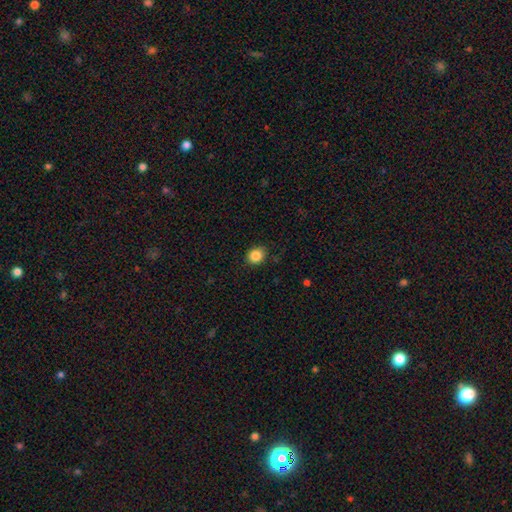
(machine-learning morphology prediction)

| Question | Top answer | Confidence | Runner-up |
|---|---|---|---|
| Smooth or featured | smooth | 86% | star or artifact (10%) |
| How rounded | round | 63% | in between (36%) |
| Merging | none | 86% | minor disturbance (10%) |